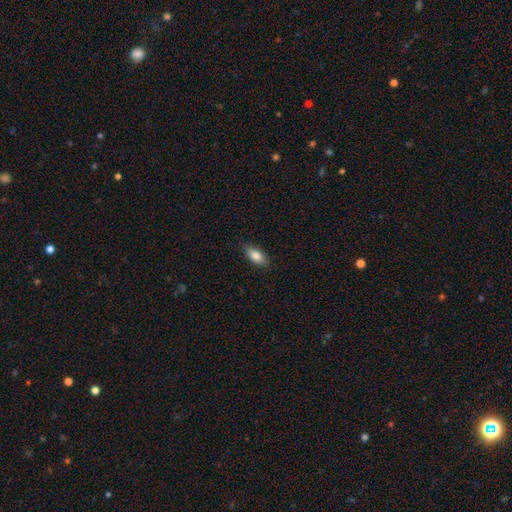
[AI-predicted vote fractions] This appears to be a smooth galaxy with no disk features (84%) that is in between round and cigar-shaped (87%). Merging: none (87%).